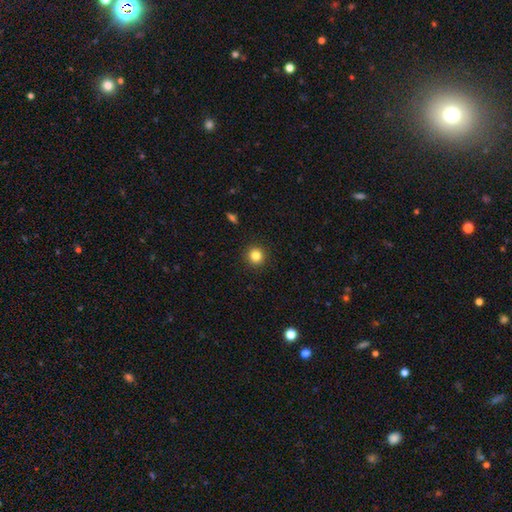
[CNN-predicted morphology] smooth 83%, star or artifact 12%, featured or disk 5%. Down the decision tree: how rounded — round (94%); merging — none (92%).